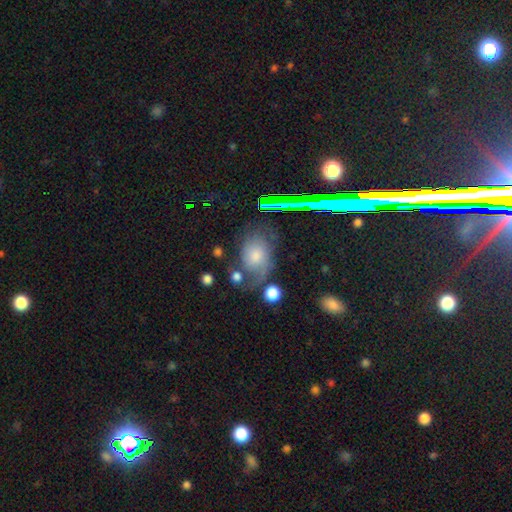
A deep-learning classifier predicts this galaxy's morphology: Smooth or featured? smooth (45%)
Merging? none (45%)